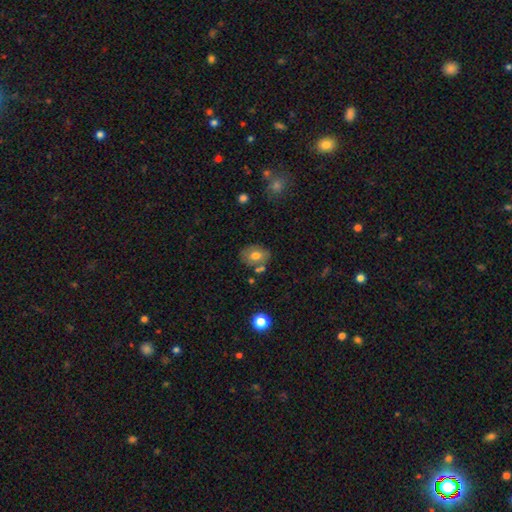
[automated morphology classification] Q: Smooth or featured?
A: smooth (68%); runner-up: featured or disk (22%)
Q: How rounded?
A: in between (63%); runner-up: round (36%)
Q: Merging?
A: none (68%); runner-up: minor disturbance (16%)